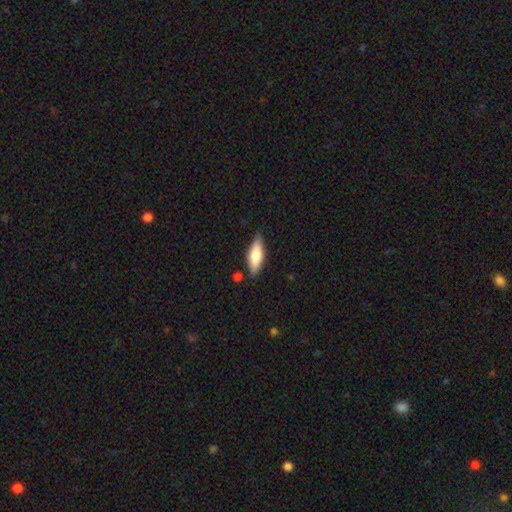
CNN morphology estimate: type=smooth (70%); roundness=in between (58%); merging=none (80%).